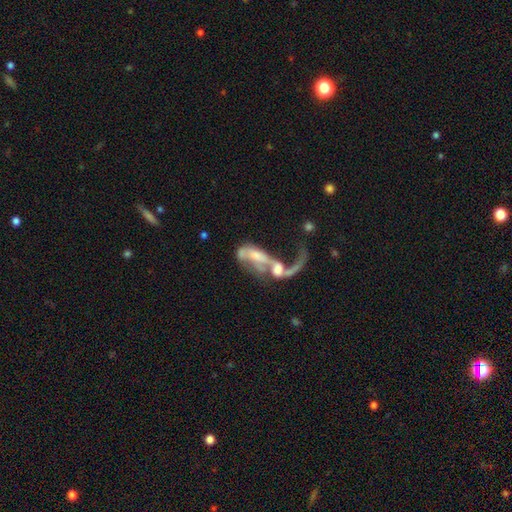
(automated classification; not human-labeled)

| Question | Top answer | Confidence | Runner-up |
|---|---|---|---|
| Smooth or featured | featured or disk | 59% | smooth (31%) |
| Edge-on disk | no | 92% | yes (8%) |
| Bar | no | 65% | weak (23%) |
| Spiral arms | no | 57% | yes (43%) |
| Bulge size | none | 33% | moderate (30%) |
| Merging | merger | 60% | major disturbance (27%) |